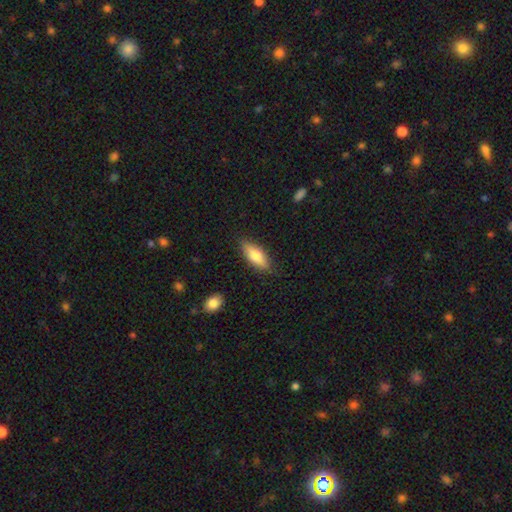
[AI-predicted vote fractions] A smooth galaxy with no disk features (71%) that is in between round and cigar-shaped (64%).

Vote fractions:
- Smooth or featured? smooth: 71% / featured or disk: 22% / star or artifact: 6%
- How rounded? in between: 64% / cigar-shaped: 33% / round: 2%
- Merging? none: 84% / minor disturbance: 12% / major disturbance: 2% / merger: 1%